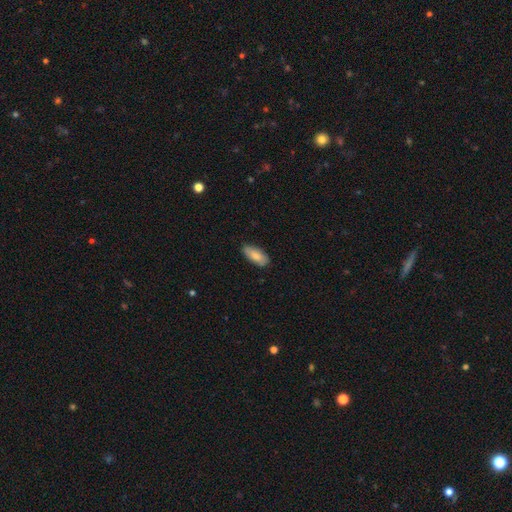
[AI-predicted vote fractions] A smooth galaxy with no disk features (83%) that is in between round and cigar-shaped (88%). Merging: none (80%).